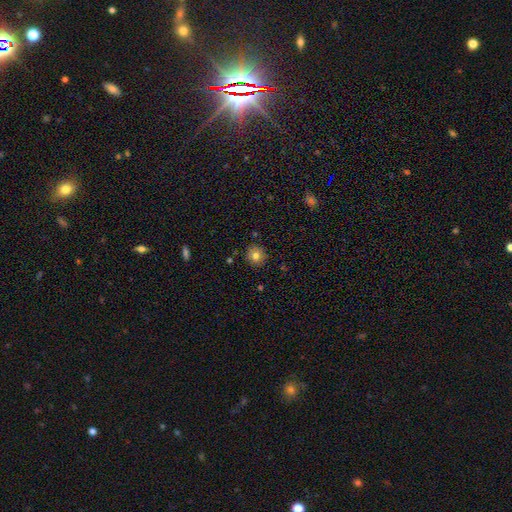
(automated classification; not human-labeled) Overall: smooth (78%). How rounded: round (91%). Merging: none (88%).